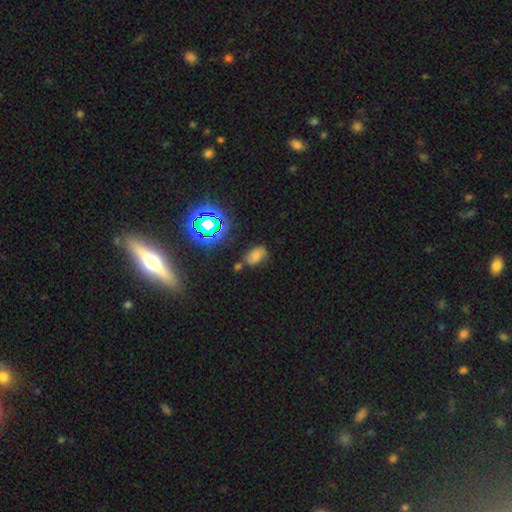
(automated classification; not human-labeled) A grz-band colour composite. It shows a smooth galaxy with no disk features (57%) that is in between round and cigar-shaped (88%). Merging: none (62%).